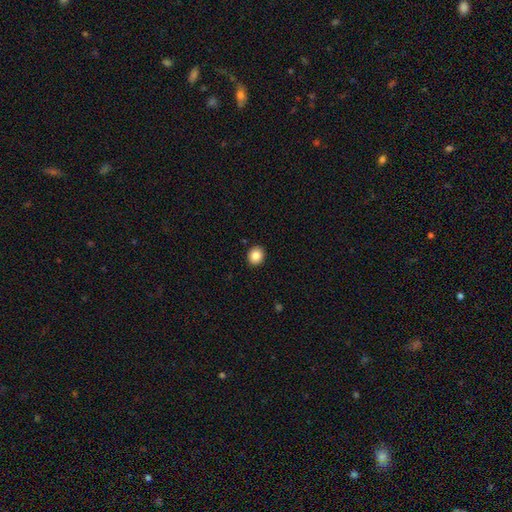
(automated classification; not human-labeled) The model was most divided on "how rounded": round: 79%, in between: 20%, cigar-shaped: 1%. More confident: merging — none (92%); smooth or featured — smooth (86%).